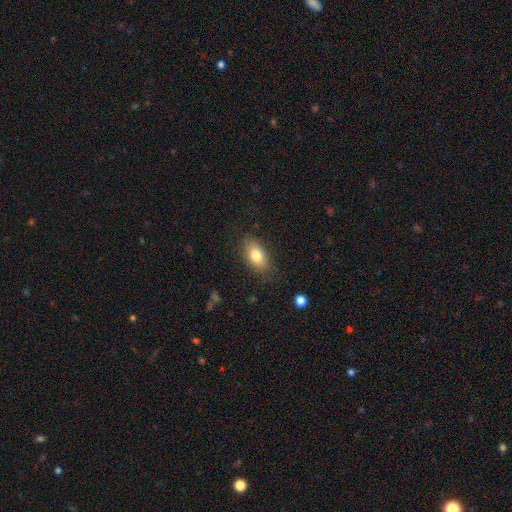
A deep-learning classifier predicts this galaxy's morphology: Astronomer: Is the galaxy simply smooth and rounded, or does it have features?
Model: smooth — 79%.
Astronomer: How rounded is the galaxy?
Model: in between — 89%.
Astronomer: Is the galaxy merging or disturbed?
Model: none — 82%.